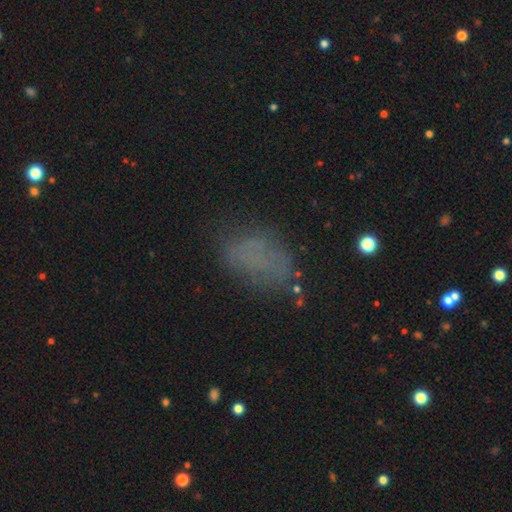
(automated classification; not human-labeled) Smooth or featured: smooth — 60% (star or artifact — 25%)
How rounded: in between — 88% (round — 9%)
Merging: none — 58% (minor disturbance — 22%)